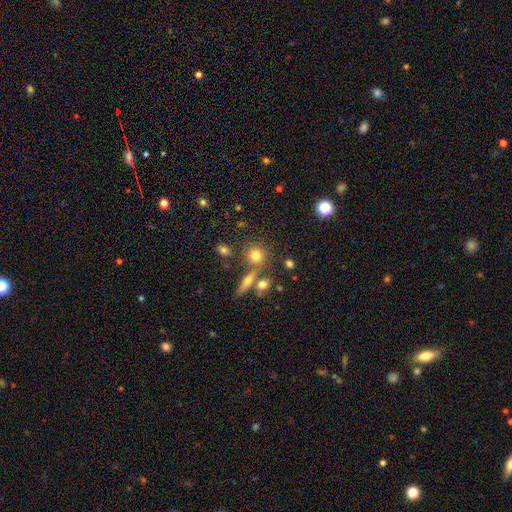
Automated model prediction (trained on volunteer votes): smooth-or-featured: smooth: 72% | featured or disk: 15% | star or artifact: 13%
  how-rounded: round: 84% | in between: 13% | cigar-shaped: 3%
  merging: none: 67% | merger: 18% | minor disturbance: 10% | major disturbance: 4%